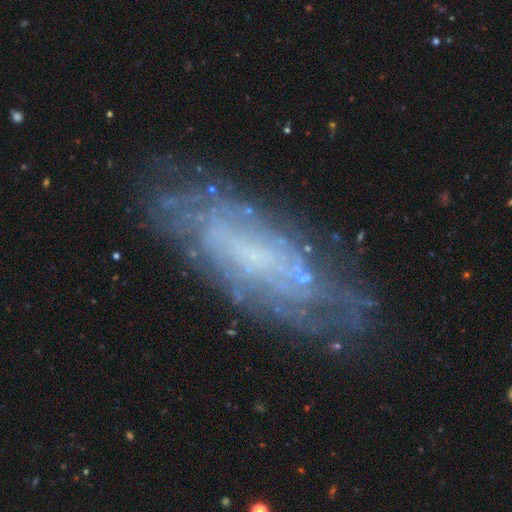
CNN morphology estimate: smooth-or-featured: featured or disk: 70% | smooth: 21% | star or artifact: 9%
  disk-edge-on: no: 83% | yes: 17%
    bar: no: 60% | weak: 31% | strong: 10%
    has-spiral-arms: yes: 67% | no: 33%
    bulge-size: small: 43% | none: 37% | moderate: 16% | large: 3% | dominant: 1%
  merging: none: 73% | minor disturbance: 18% | major disturbance: 7% | merger: 2%